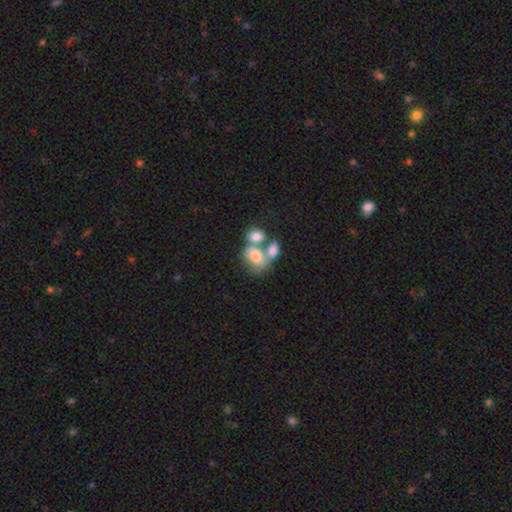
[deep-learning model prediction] A smooth galaxy with no disk features (69%) that is in between round and cigar-shaped (80%).

Vote fractions:
- Smooth or featured? smooth: 69% / featured or disk: 22% / star or artifact: 9%
- How rounded? in between: 80% / round: 18% / cigar-shaped: 2%
- Merging? merger: 62% / none: 22% / minor disturbance: 10% / major disturbance: 7%